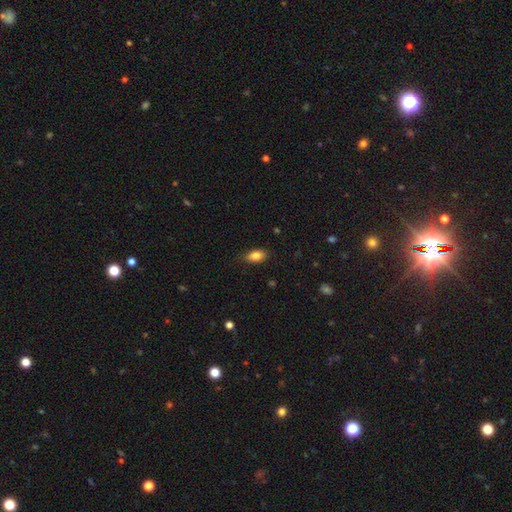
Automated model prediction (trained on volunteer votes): Overall: smooth (86%). How rounded: in between (90%). Merging: none (83%).